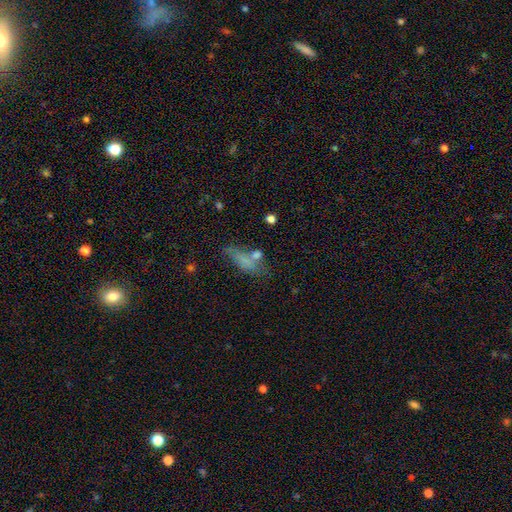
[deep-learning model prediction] Smooth or featured: smooth — 66% (featured or disk — 20%)
How rounded: in between — 68% (cigar-shaped — 24%)
Merging: none — 40% (merger — 22%)